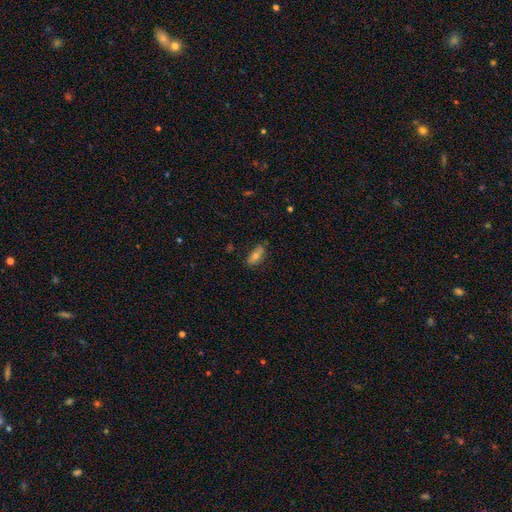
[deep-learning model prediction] This appears to be a smooth galaxy with no disk features (65%) that is in between round and cigar-shaped (78%). Merging: none (72%).